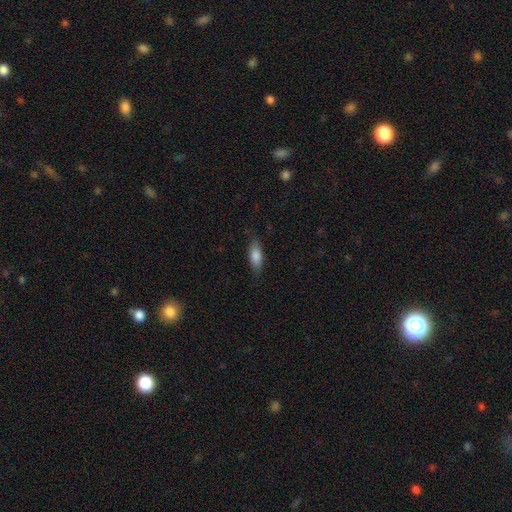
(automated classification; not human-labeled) Smooth or featured? smooth (81%)
How rounded? in between (69%)
Merging? none (80%)